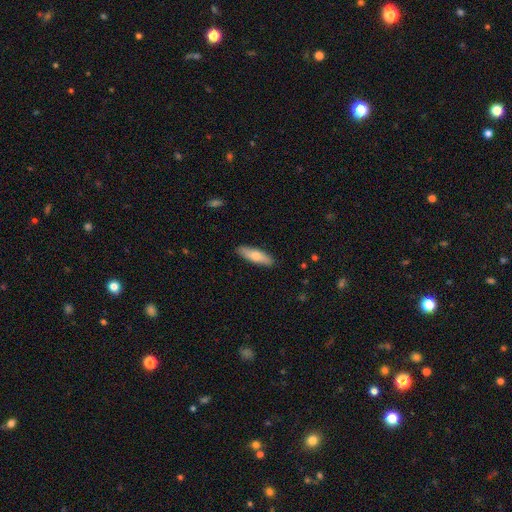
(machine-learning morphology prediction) This appears to be a smooth galaxy with no disk features (73%) that is cigar-shaped (58%). Merging: none (89%).